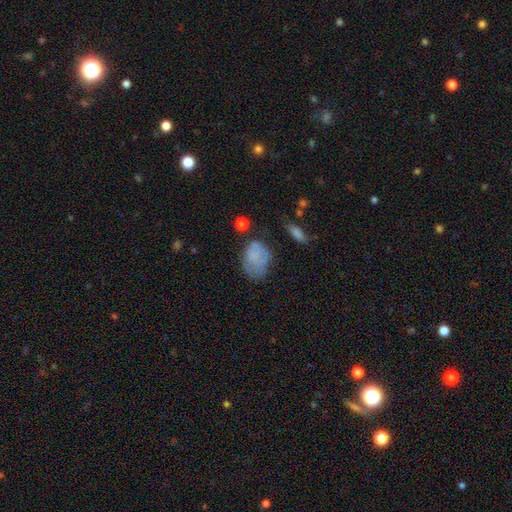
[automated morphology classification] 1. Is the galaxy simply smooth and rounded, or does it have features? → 66% smooth, 24% featured or disk, 10% star or artifact.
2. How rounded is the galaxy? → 75% in between, 23% round, 2% cigar-shaped.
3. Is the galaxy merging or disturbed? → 43% none, 31% minor disturbance, 21% major disturbance, 5% merger.